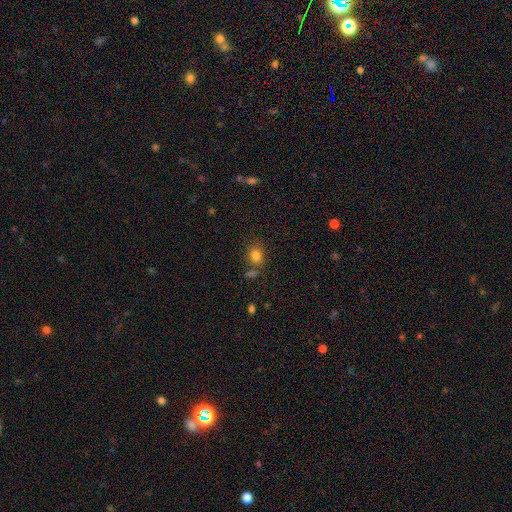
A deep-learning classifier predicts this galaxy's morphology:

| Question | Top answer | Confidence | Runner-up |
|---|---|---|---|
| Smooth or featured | smooth | 81% | star or artifact (13%) |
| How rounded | round | 53% | in between (46%) |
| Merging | none | 67% | merger (14%) |